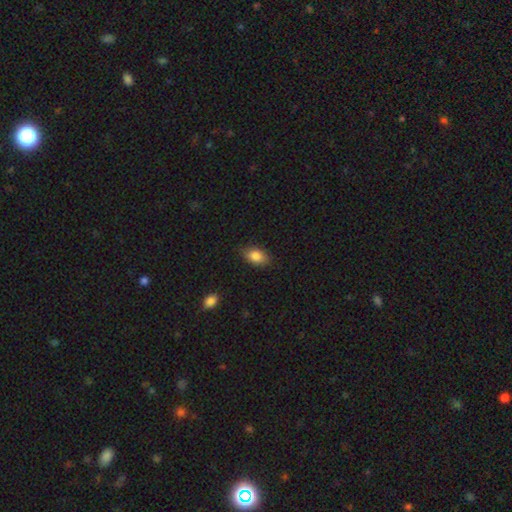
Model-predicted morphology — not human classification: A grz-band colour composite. It shows a smooth galaxy with no disk features (85%) that is in between round and cigar-shaped (88%). Merging: none (83%).